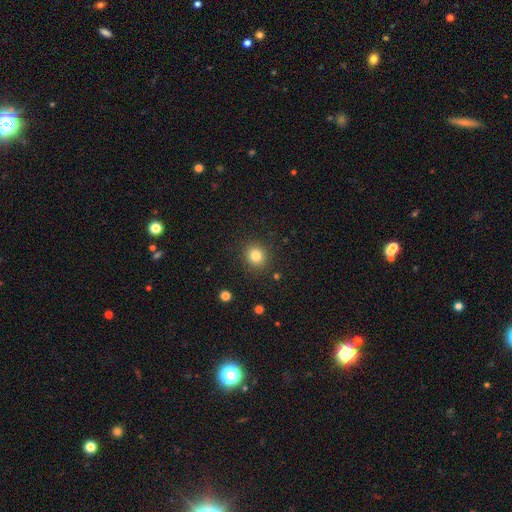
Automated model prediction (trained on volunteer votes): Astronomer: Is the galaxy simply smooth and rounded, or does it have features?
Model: smooth — 82%.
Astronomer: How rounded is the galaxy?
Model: round — 85%.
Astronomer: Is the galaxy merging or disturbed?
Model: none — 89%.